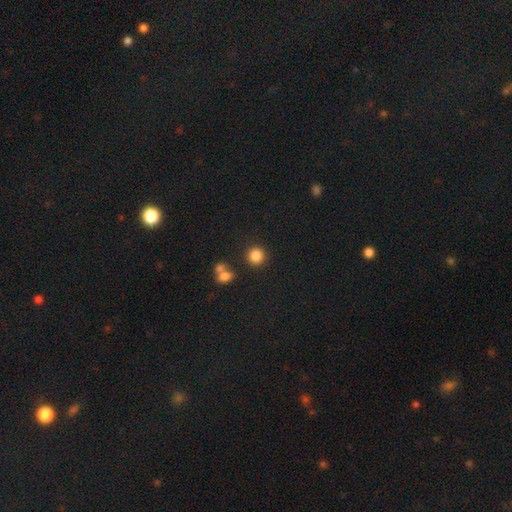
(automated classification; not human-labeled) Morphology: type=smooth (85%); roundness=round (91%); merging=none (84%).